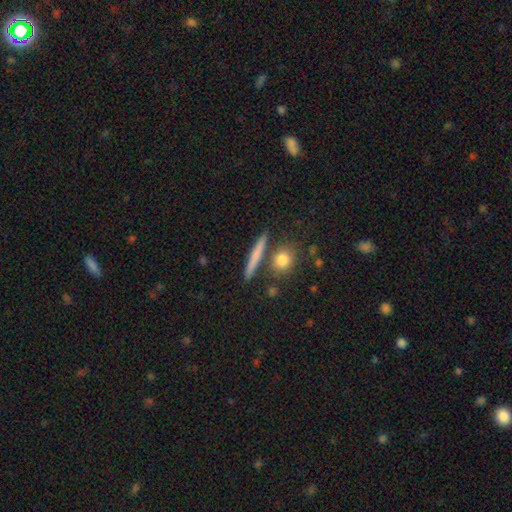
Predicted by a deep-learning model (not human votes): Morphology: type=smooth (68%); roundness=cigar-shaped (81%); merging=none (82%).